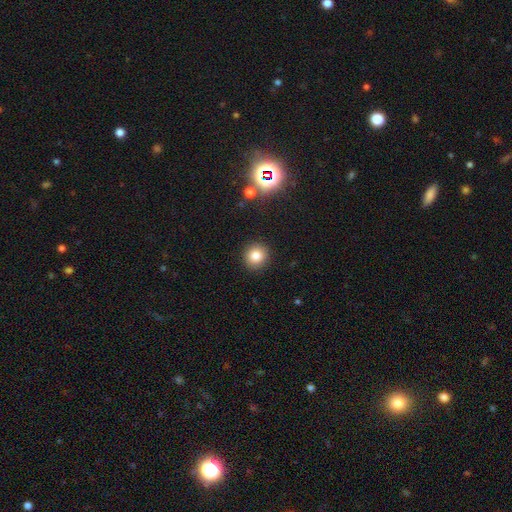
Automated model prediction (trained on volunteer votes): Q: Smooth or featured?
A: smooth (81%); runner-up: star or artifact (12%)
Q: How rounded?
A: round (89%); runner-up: in between (10%)
Q: Merging?
A: none (91%); runner-up: minor disturbance (6%)